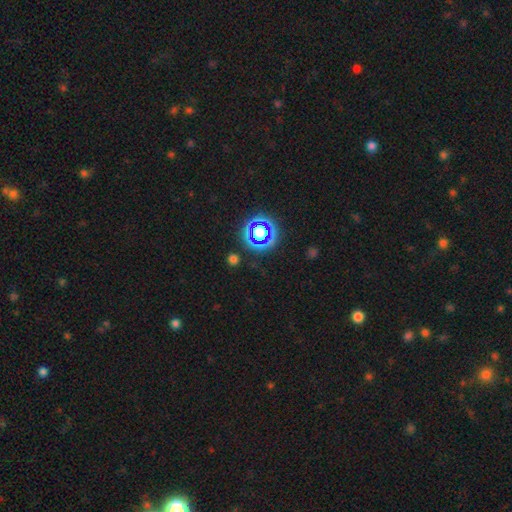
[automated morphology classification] smooth-or-featured: star or artifact: 59% | smooth: 34% | featured or disk: 7%